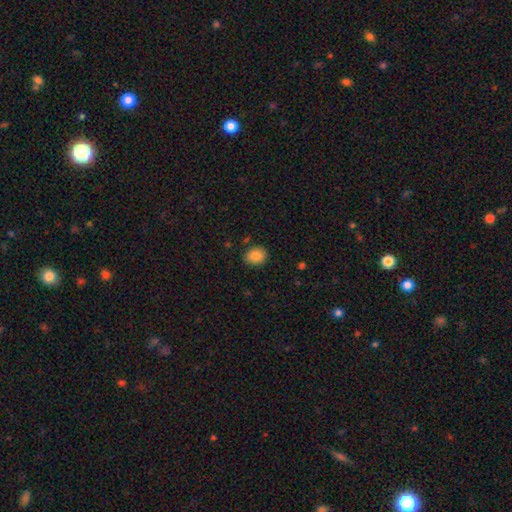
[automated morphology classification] Smooth or featured? smooth (86%)
How rounded? in between (51%)
Merging? none (85%)